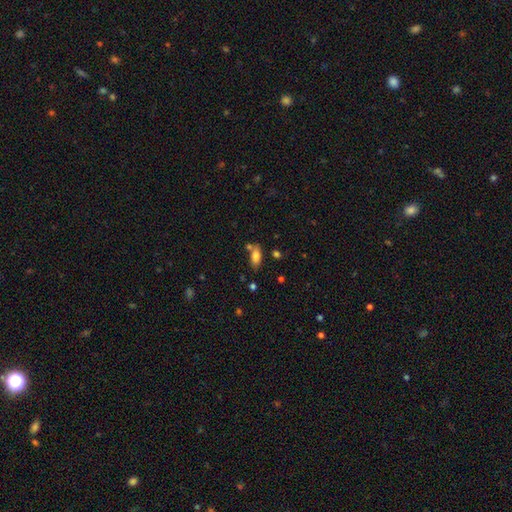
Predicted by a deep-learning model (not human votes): Smooth or featured?
  - smooth: 79% *
  - featured or disk: 12%
  - star or artifact: 9%
How rounded?
  - in between: 86% *
  - cigar-shaped: 11%
  - round: 4%
Merging?
  - none: 63% *
  - minor disturbance: 16%
  - merger: 16%
  - major disturbance: 5%